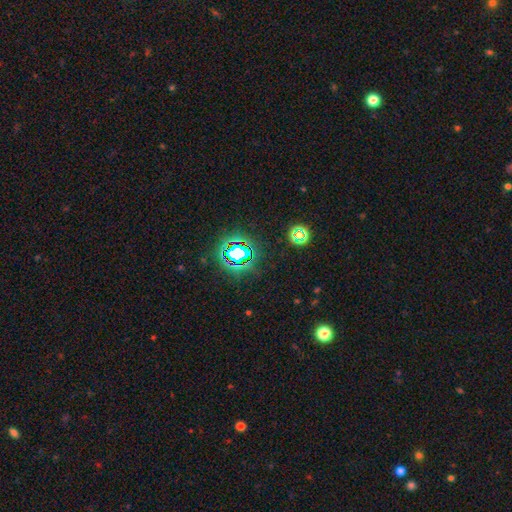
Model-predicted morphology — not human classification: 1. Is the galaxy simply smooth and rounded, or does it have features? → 79% star or artifact, 13% smooth, 8% featured or disk.